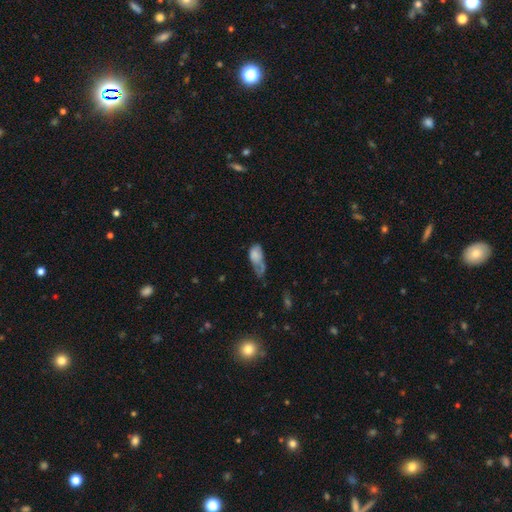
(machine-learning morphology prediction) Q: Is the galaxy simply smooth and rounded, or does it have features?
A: smooth — 69%.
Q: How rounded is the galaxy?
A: in between — 88%.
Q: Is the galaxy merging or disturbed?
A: major disturbance — 40%.